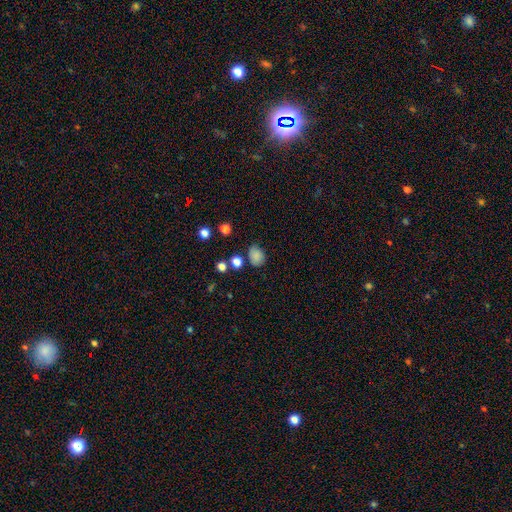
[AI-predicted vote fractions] Smooth or featured: smooth — 82% (star or artifact — 12%)
How rounded: in between — 56% (round — 43%)
Merging: none — 69% (minor disturbance — 21%)